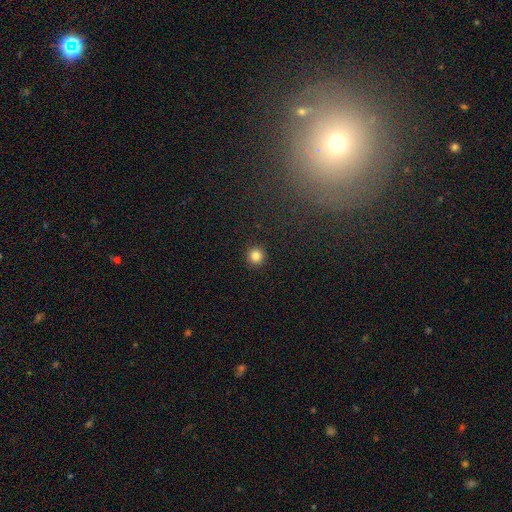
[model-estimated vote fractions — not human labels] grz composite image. It shows a smooth galaxy with no disk features (84%) that is round (95%). Merging: none (92%).